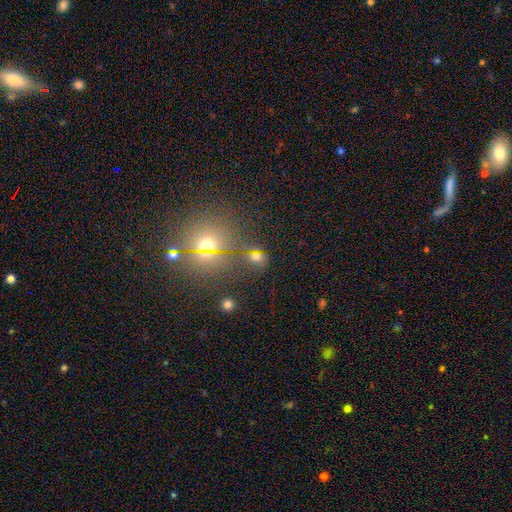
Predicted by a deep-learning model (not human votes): smooth-or-featured: star or artifact: 44% (tied) | smooth: 44% (tied) | featured or disk: 12%